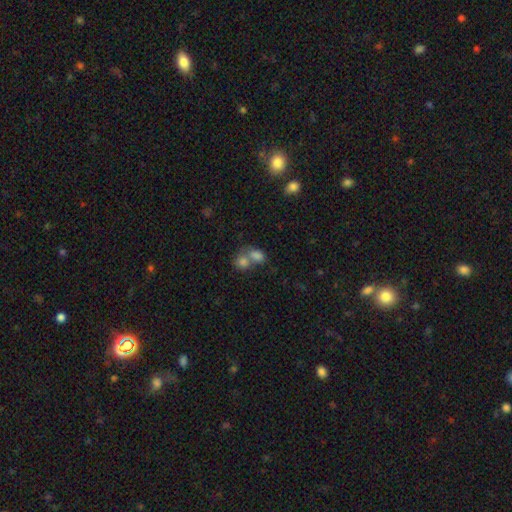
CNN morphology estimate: smooth 77%, star or artifact 12%, featured or disk 11%. Down the decision tree: how rounded — in between (61%); merging — merger (63%).